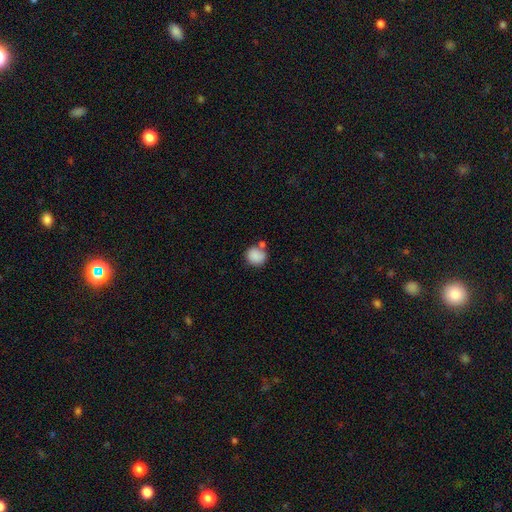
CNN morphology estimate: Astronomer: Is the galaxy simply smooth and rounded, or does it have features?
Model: smooth — 85%.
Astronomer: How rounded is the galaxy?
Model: round — 83%.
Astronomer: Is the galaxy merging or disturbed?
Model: none — 56%.